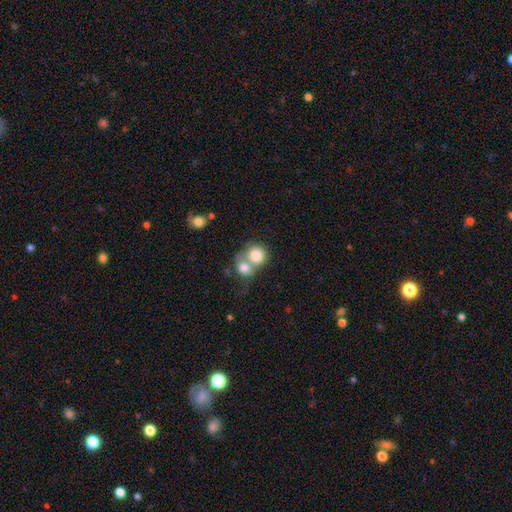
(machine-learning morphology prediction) This appears to be a smooth galaxy with no disk features (80%) that is round (80%). Merging: merger (68%).